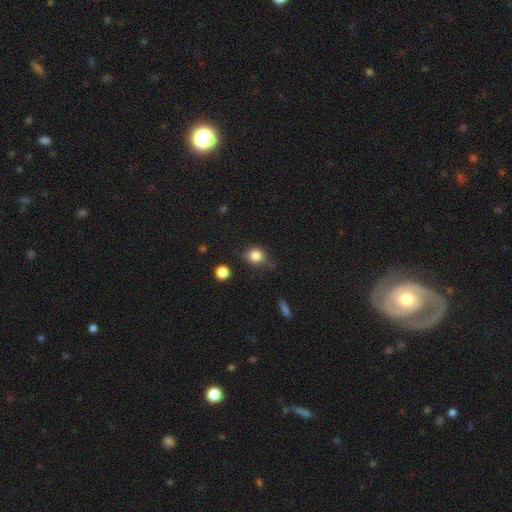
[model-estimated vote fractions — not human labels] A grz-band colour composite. It shows a smooth galaxy with no disk features (82%) that is round (70%). Merging: none (71%).